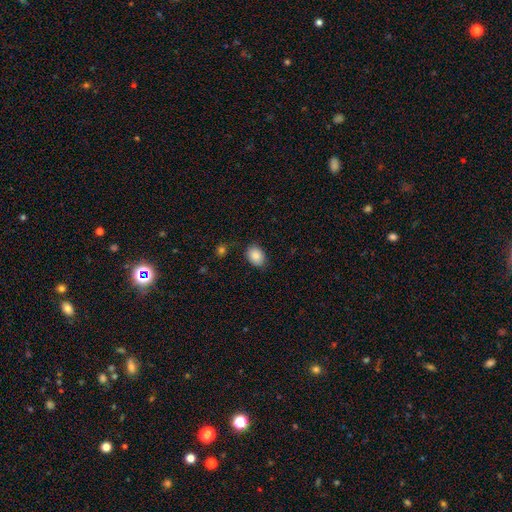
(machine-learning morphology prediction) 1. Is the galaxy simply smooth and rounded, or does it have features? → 87% smooth, 8% star or artifact, 5% featured or disk.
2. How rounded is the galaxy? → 74% in between, 25% round, 1% cigar-shaped.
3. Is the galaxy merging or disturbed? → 82% none, 14% minor disturbance, 3% major disturbance, 2% merger.